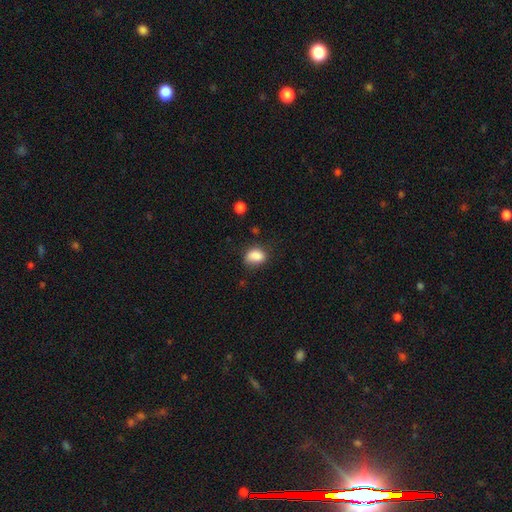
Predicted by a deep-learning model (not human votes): Smooth or featured? smooth (84%)
How rounded? in between (68%)
Merging? none (57%)